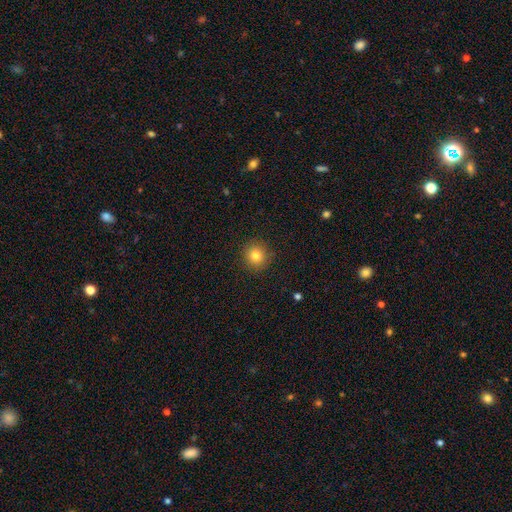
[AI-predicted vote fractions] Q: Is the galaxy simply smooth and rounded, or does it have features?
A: smooth — 81%.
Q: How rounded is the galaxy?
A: round — 93%.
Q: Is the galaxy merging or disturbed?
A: none — 91%.